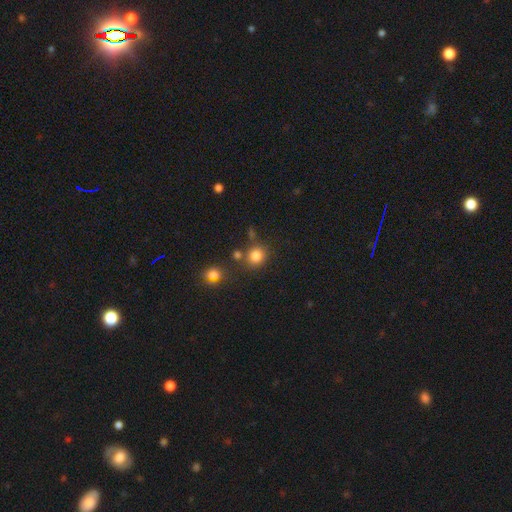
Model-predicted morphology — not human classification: A smooth galaxy with no disk features (81%) that is round (83%). Merging: none (73%).